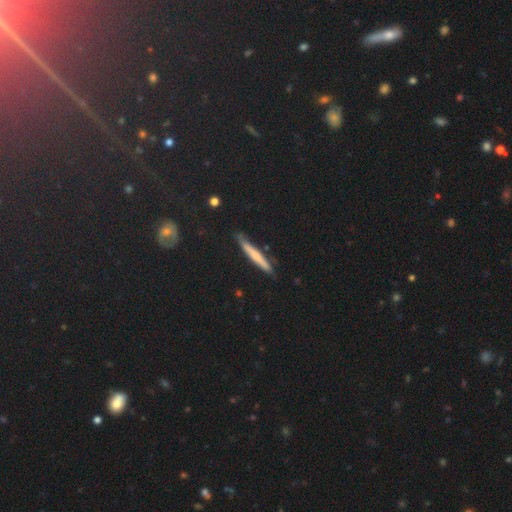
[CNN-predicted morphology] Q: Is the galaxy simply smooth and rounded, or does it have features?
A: smooth — 57%.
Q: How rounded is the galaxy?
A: cigar-shaped — 95%.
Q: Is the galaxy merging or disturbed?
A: none — 82%.